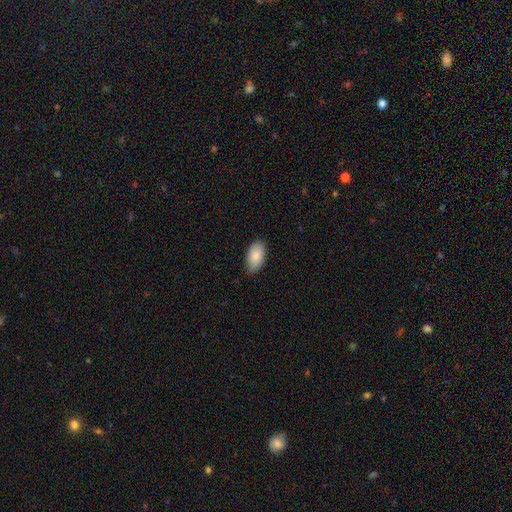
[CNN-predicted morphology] smooth-or-featured: smooth: 87% | featured or disk: 7% | star or artifact: 6%
  how-rounded: in between: 95% | round: 3% | cigar-shaped: 2%
  merging: none: 86% | minor disturbance: 11% | major disturbance: 2% | merger: 1%